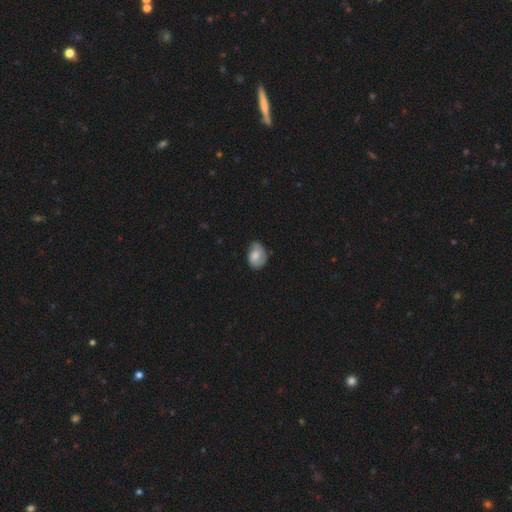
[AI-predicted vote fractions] smooth-or-featured: smooth: 65% | featured or disk: 28% | star or artifact: 7%
  how-rounded: in between: 70% | round: 29% | cigar-shaped: 1%
  merging: none: 48% | minor disturbance: 38% | major disturbance: 13% | merger: 2%